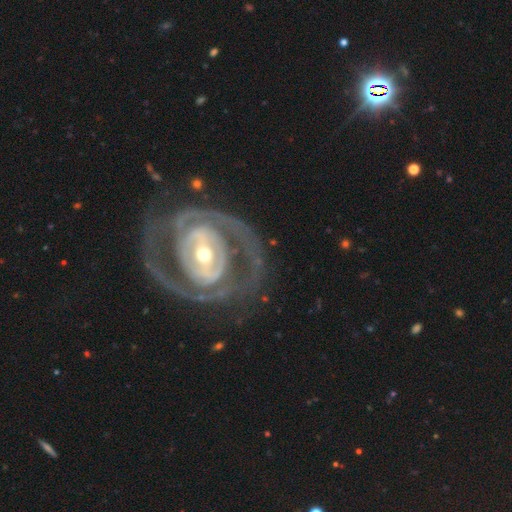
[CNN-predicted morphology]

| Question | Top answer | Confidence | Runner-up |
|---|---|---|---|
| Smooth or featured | featured or disk | 88% | smooth (7%) |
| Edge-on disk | no | 96% | yes (4%) |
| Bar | strong | 42% | weak (31%) |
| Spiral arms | yes | 84% | no (16%) |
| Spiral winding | tight | 58% | medium (32%) |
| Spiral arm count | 2 | 65% | can't tell (16%) |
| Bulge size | moderate | 48% | small (44%) |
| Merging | none | 71% | major disturbance (14%) |